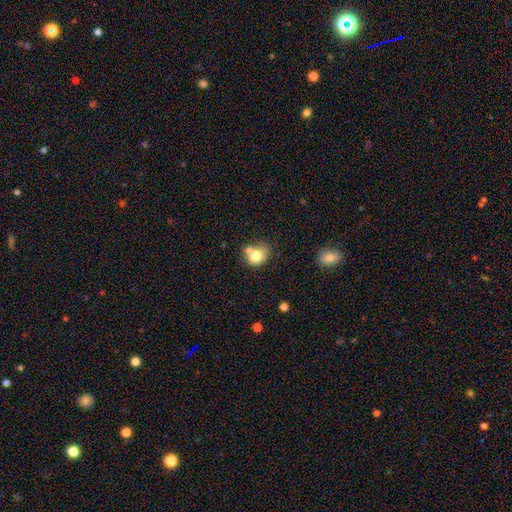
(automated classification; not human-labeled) smooth_or_featured: smooth (p=0.76) [alt: featured or disk p=0.14]
how_rounded: round (p=0.54) [alt: in between p=0.45]
merging: none (p=0.46) [alt: merger p=0.33]